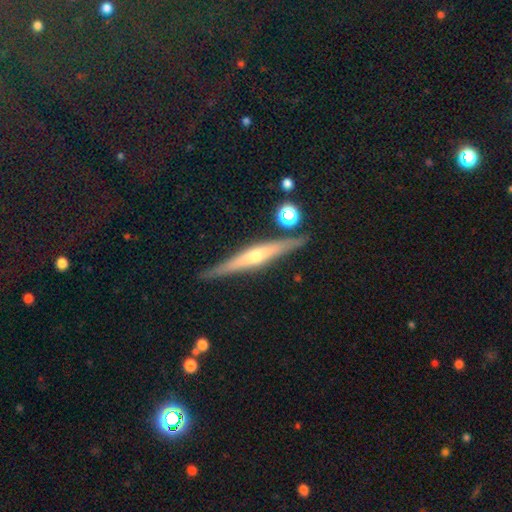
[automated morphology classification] This appears to be a featured or disk galaxy (69%) viewed edge-on (96%) with a rounded central bulge (78%). Merging: none (85%).